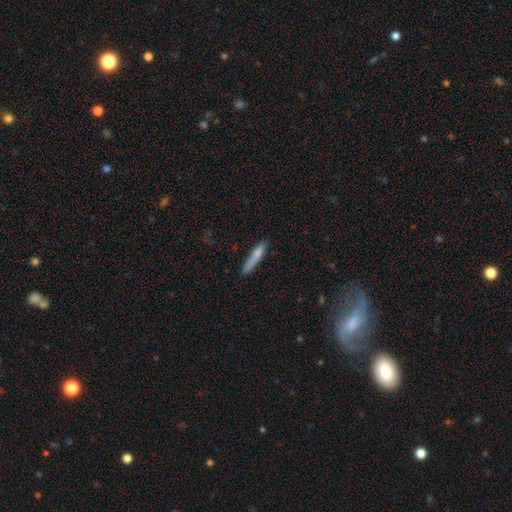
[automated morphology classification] This appears to be a smooth galaxy with no disk features (76%) that is cigar-shaped (93%). Merging: none (79%).